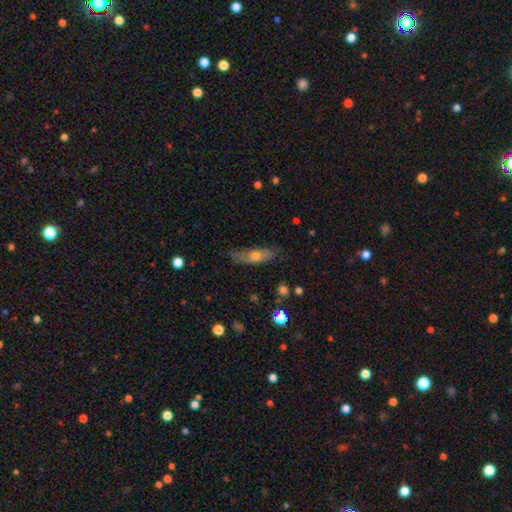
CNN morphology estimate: This appears to be a smooth galaxy with no disk features (55%) that is cigar-shaped (49%). Merging: none (67%).